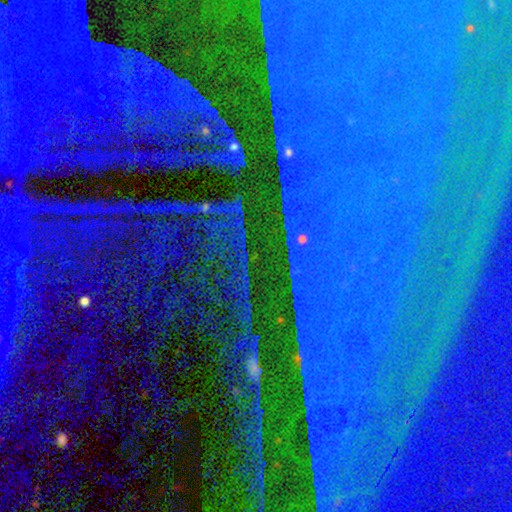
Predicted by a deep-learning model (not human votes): The model was most divided on "smooth or featured": star or artifact: 88%, featured or disk: 7%, smooth: 5%.